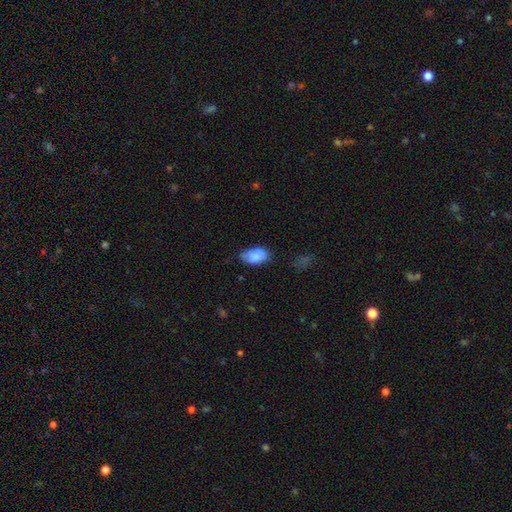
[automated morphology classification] The model was most divided on "merging": none: 59%, minor disturbance: 31%, major disturbance: 7%, merger: 3%. More confident: how rounded — in between (93%); smooth or featured — smooth (79%).